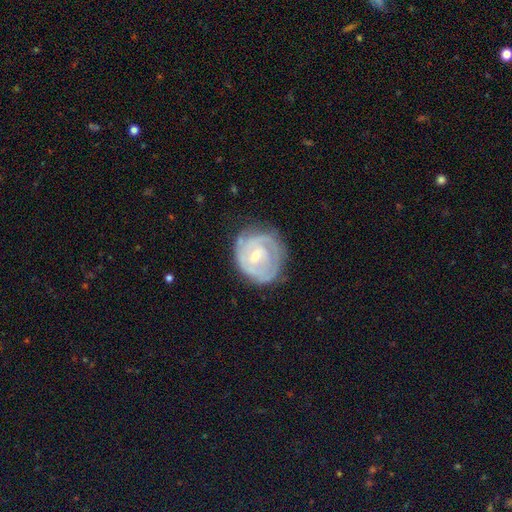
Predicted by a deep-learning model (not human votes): Smooth or featured: featured or disk — 78% (smooth — 17%)
Edge-on disk: no — 98% (yes — 2%)
Bar: no — 51% (weak — 40%)
Spiral arms: yes — 87% (no — 13%)
Spiral winding: tight — 66% (medium — 26%)
Spiral arm count: can't tell — 37% (2 — 33%)
Bulge size: small — 64% (moderate — 32%)
Merging: none — 65% (minor disturbance — 23%)